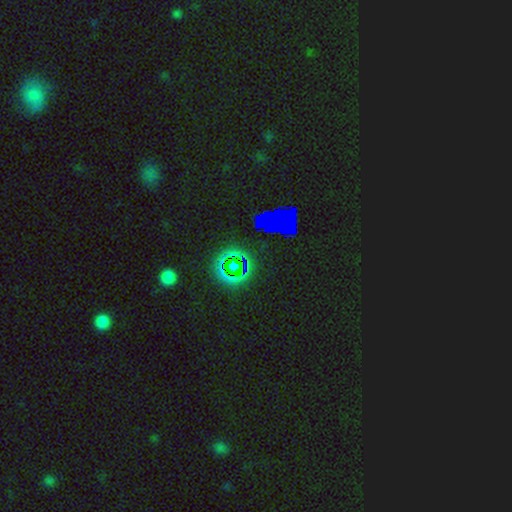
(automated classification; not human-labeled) This is likely a star or artifact rather than a galaxy (62%).